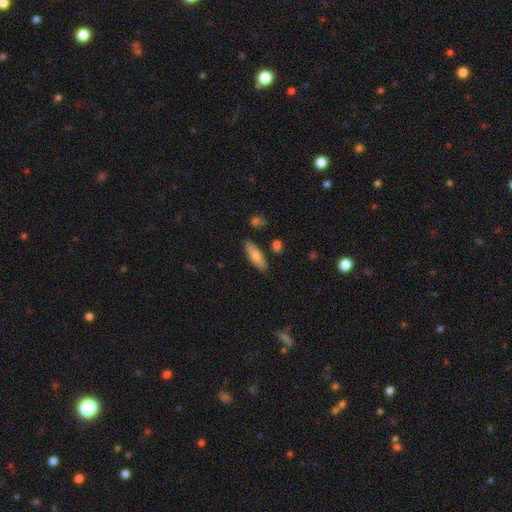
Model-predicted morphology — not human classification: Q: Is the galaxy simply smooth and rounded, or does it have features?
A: smooth — 72%.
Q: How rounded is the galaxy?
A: in between — 50%.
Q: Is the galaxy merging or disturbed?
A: none — 84%.